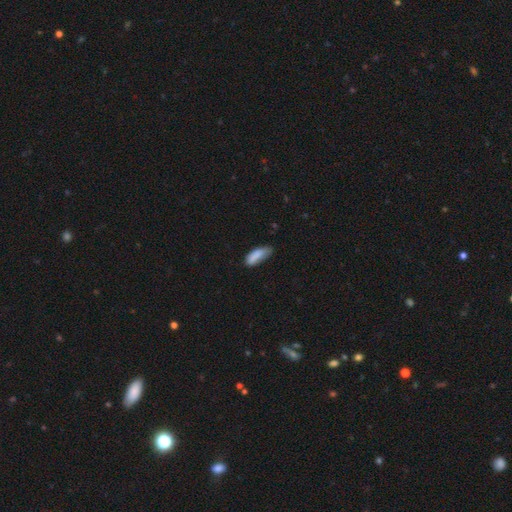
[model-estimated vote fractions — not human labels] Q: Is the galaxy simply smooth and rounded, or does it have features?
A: smooth — 85%.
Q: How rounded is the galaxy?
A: in between — 66%.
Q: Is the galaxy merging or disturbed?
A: none — 52%.